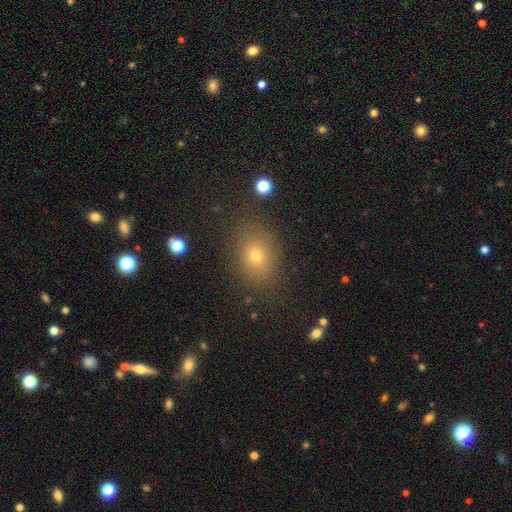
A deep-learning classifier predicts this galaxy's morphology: Smooth or featured: smooth — 68% (star or artifact — 20%)
How rounded: in between — 61% (round — 38%)
Merging: none — 84% (minor disturbance — 10%)